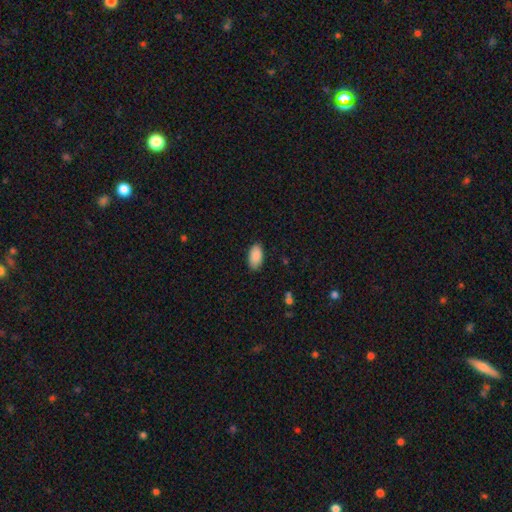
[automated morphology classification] Smooth or featured? Predicted: smooth (p=0.90). How rounded? Predicted: in between (p=0.95). Merging? Predicted: none (p=0.86).